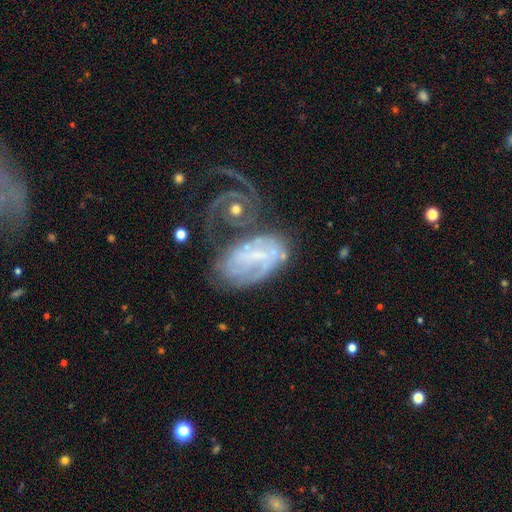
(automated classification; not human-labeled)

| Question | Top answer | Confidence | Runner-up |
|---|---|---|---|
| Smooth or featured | featured or disk | 72% | smooth (19%) |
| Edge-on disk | no | 96% | yes (4%) |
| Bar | weak | 39% | tied: no (39%) |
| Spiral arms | yes | 80% | no (20%) |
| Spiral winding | tight | 47% | medium (36%) |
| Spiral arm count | can't tell | 38% | 2 (31%) |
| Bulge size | none | 44% | small (39%) |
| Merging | none | 36% | minor disturbance (22%) |